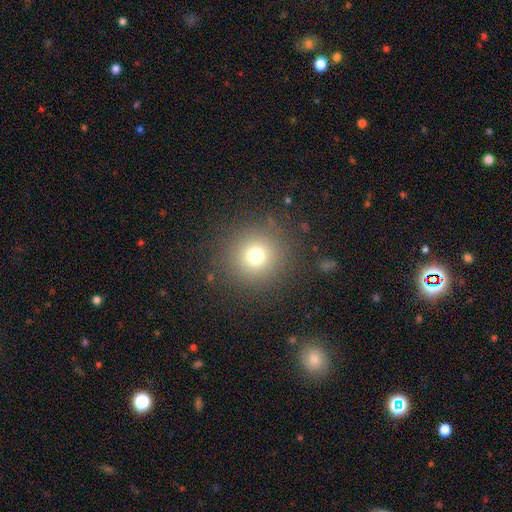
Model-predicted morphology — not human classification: Smooth or featured? Predicted: smooth (p=0.72). How rounded? Predicted: round (p=0.95). Merging? Predicted: none (p=0.87).